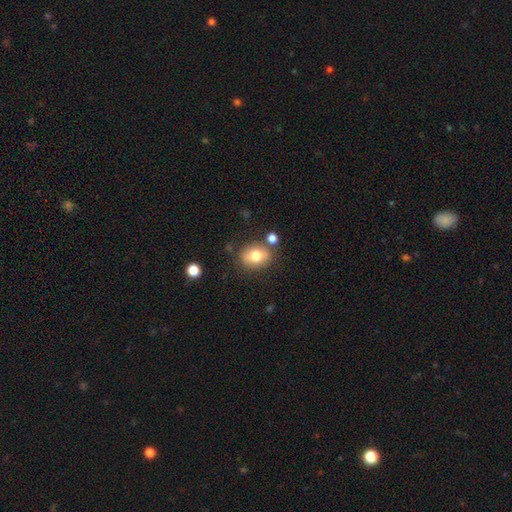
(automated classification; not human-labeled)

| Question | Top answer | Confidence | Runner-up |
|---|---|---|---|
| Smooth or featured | smooth | 74% | featured or disk (17%) |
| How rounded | in between | 51% | round (48%) |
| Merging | none | 76% | minor disturbance (13%) |